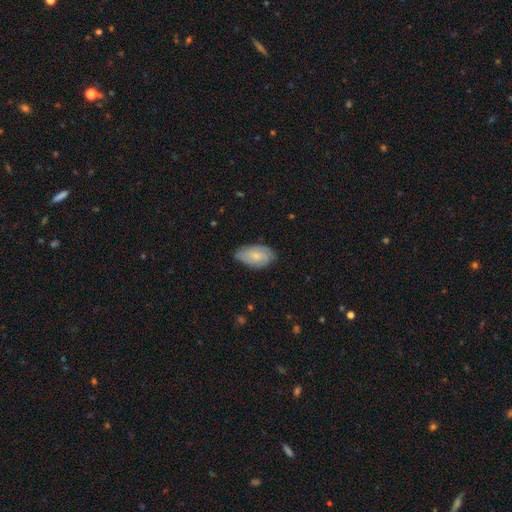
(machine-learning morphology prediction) Q: Smooth or featured?
A: smooth (48%); runner-up: featured or disk (45%)
Q: Merging?
A: none (71%); runner-up: minor disturbance (24%)